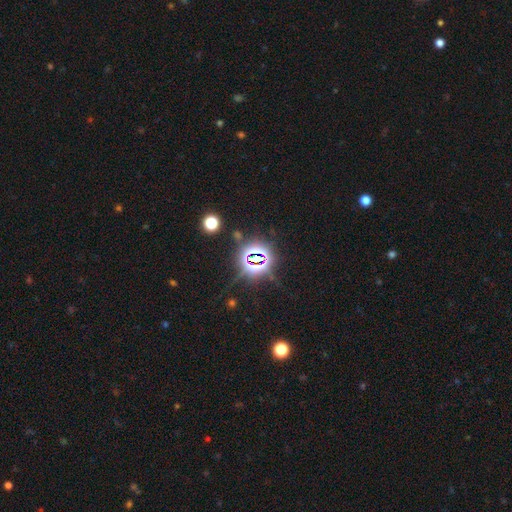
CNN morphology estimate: This is clearly a star or artifact rather than a galaxy (81%).